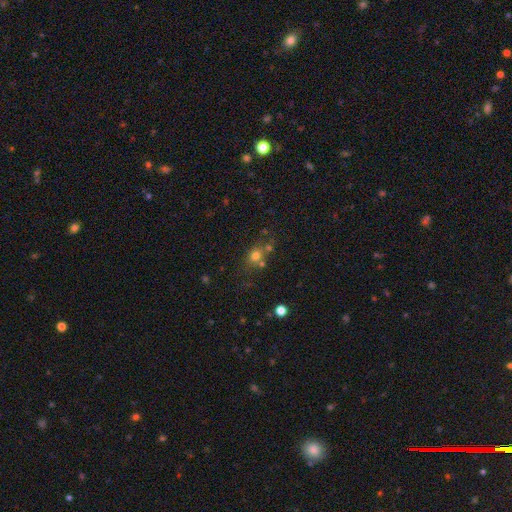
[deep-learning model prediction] Morphology: type=smooth (70%); roundness=round (69%); merging=none (57%).